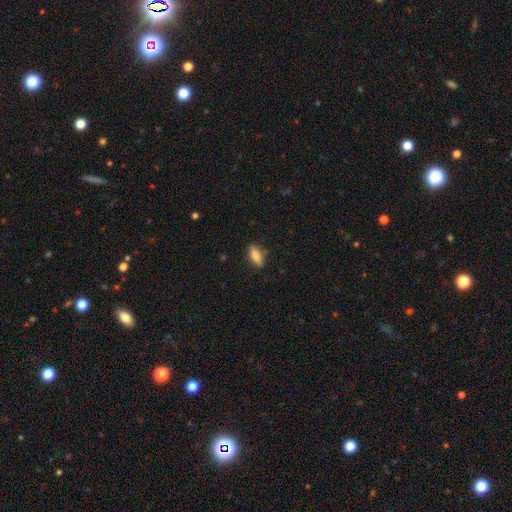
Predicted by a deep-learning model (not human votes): Q: Smooth or featured?
A: smooth (64%); runner-up: featured or disk (29%)
Q: How rounded?
A: in between (60%); runner-up: cigar-shaped (37%)
Q: Merging?
A: none (83%); runner-up: minor disturbance (13%)